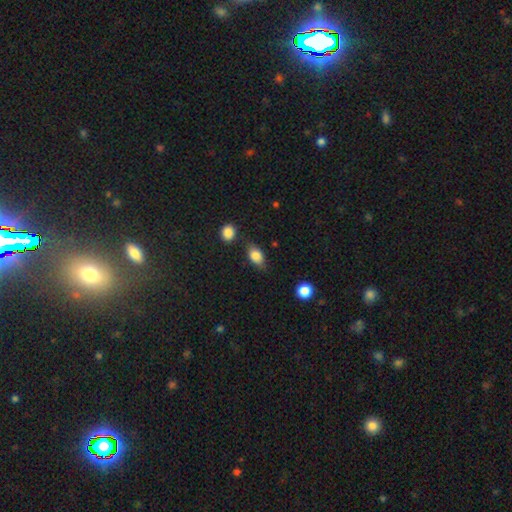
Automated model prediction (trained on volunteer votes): Morphology: type=smooth (81%); roundness=in between (82%); merging=none (72%).